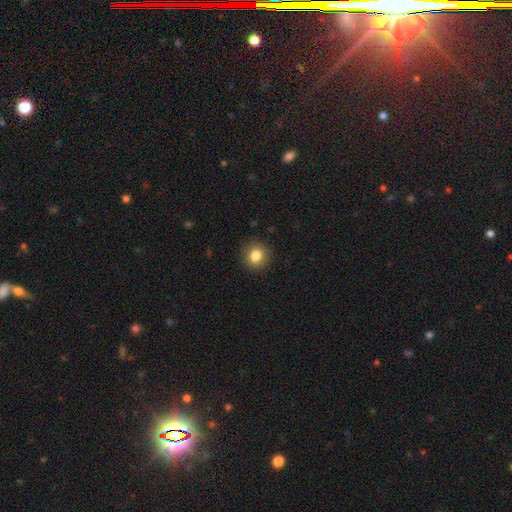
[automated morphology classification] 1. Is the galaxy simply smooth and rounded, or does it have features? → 83% smooth, 10% star or artifact, 7% featured or disk.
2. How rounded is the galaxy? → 88% round, 11% in between, 1% cigar-shaped.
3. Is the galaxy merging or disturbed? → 91% none, 6% minor disturbance, 2% major disturbance, 1% merger.